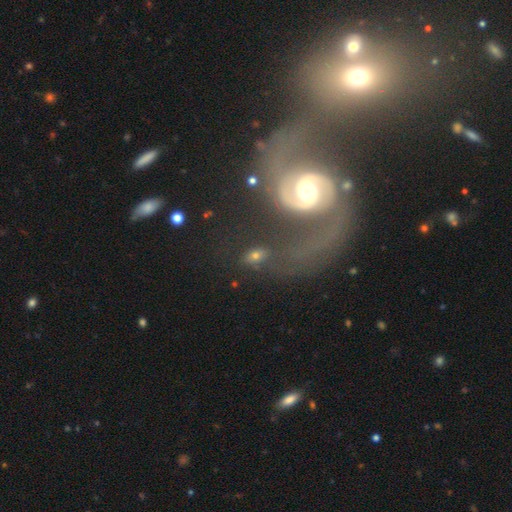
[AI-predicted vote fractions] Overall: featured or disk (55%; smooth 33%). Edge-on disk: no (92%). Bar: no (42%; weak 37%). Spiral arms: yes (78%). Bulge size: moderate (64%). Merging: none (50%; major disturbance 18%).